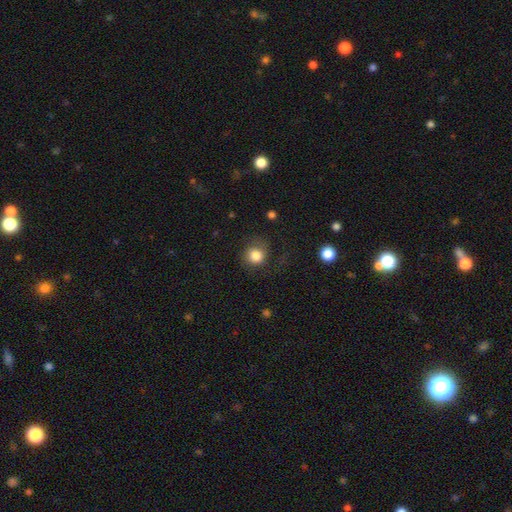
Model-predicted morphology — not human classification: smooth_or_featured: smooth (p=0.83) [alt: star or artifact p=0.09]
how_rounded: round (p=0.85) [alt: in between p=0.14]
merging: none (p=0.65) [alt: minor disturbance p=0.19]